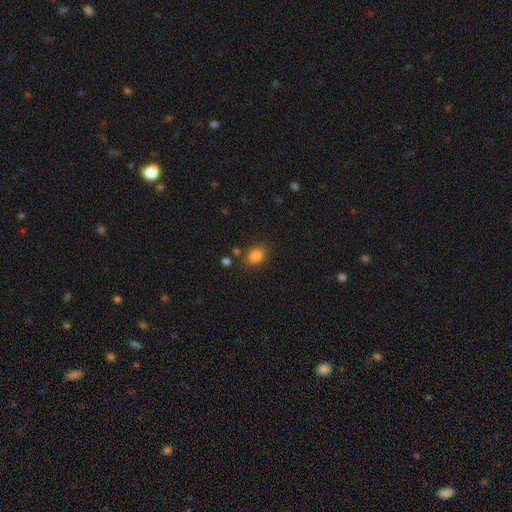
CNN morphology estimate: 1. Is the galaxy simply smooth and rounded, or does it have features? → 84% smooth, 11% star or artifact, 5% featured or disk.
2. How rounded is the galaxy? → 61% in between, 38% round, 1% cigar-shaped.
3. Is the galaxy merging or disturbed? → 79% none, 13% minor disturbance, 5% merger, 4% major disturbance.